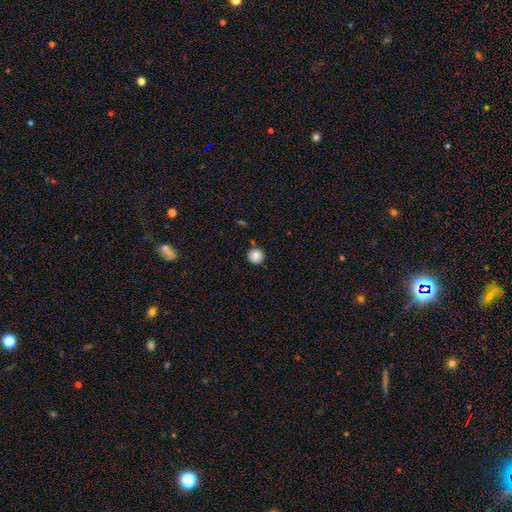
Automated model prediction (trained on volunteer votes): Q: Smooth or featured?
A: smooth (86%); runner-up: star or artifact (9%)
Q: How rounded?
A: round (95%); runner-up: in between (4%)
Q: Merging?
A: none (86%); runner-up: minor disturbance (8%)